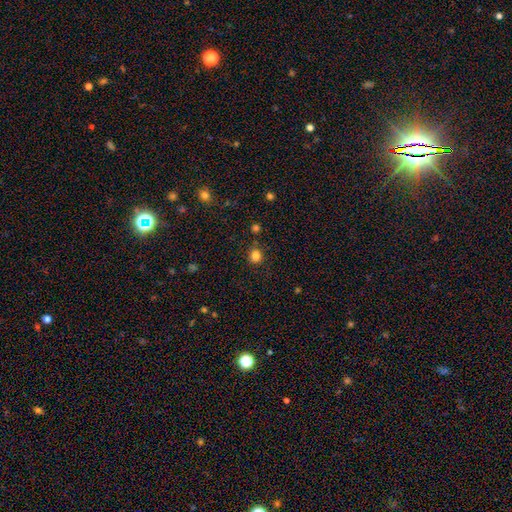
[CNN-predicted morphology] The model was most divided on "how rounded": round: 79%, in between: 20%, cigar-shaped: 1%. More confident: smooth or featured — smooth (82%); merging — none (81%).